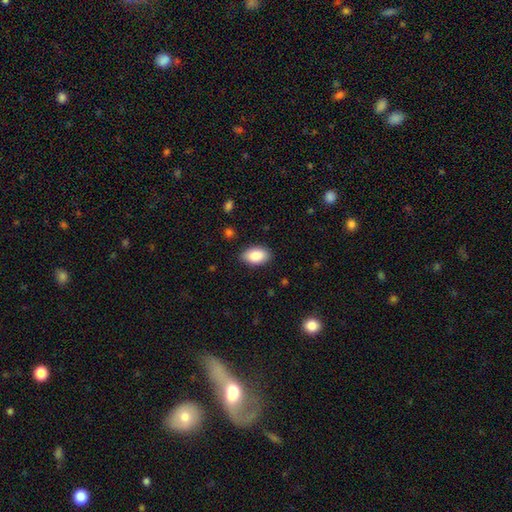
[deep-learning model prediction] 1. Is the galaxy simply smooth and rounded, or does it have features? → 88% smooth, 7% star or artifact, 5% featured or disk.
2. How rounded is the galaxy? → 93% in between, 6% round, 2% cigar-shaped.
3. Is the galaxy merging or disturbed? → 84% none, 12% minor disturbance, 2% major disturbance, 1% merger.